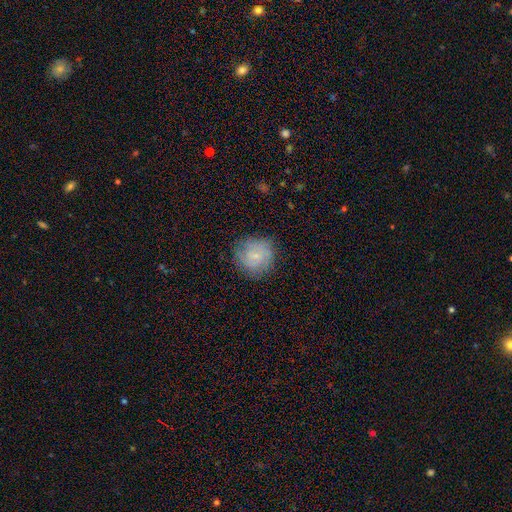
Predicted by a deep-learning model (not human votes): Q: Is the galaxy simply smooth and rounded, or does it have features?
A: smooth — 58%.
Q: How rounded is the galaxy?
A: round — 90%.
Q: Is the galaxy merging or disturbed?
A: none — 77%.